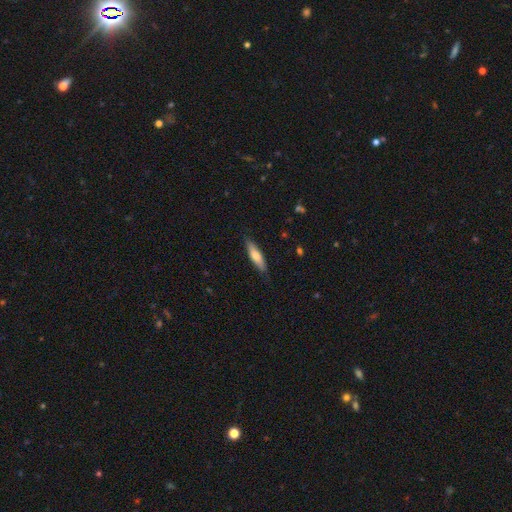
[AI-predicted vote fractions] Smooth or featured: smooth — 70% (featured or disk — 24%)
How rounded: cigar-shaped — 71% (in between — 27%)
Merging: none — 84% (minor disturbance — 13%)